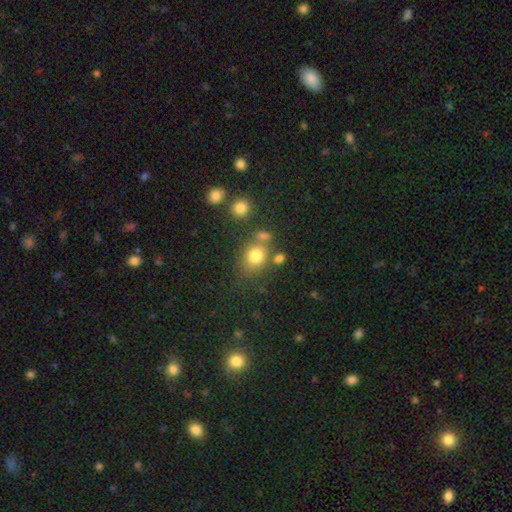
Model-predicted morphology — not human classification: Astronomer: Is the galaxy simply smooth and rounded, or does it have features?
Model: smooth — 78%.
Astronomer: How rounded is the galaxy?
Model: round — 58% (runner-up: in between, 41%).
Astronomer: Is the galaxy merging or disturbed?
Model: none — 62%.